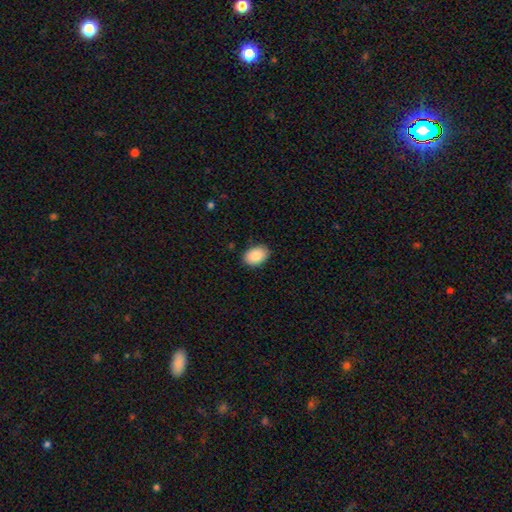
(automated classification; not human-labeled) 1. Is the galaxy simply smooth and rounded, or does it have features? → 89% smooth, 7% star or artifact, 4% featured or disk.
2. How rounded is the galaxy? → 85% in between, 14% round, 1% cigar-shaped.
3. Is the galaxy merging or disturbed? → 88% none, 9% minor disturbance, 2% major disturbance, 1% merger.